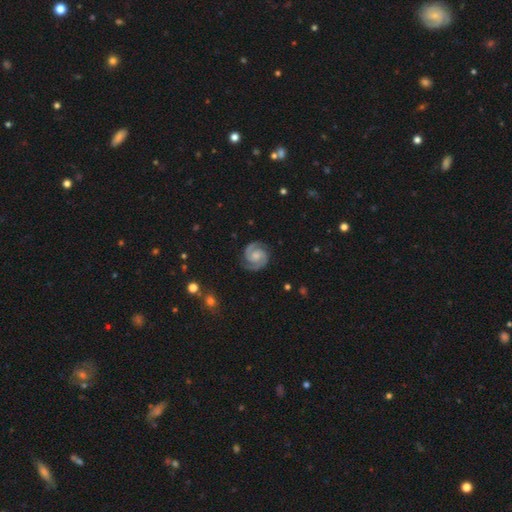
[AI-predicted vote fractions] A featured or disk galaxy (91%) with no bar (57%), 2 (93%) tight (57%) spiral arms (99%) and a moderate central bulge (44%).

Vote fractions:
- Smooth or featured? featured or disk: 91% / smooth: 5% / star or artifact: 4%
- Edge-on disk? no: 98% / yes: 2%
- Bar? no: 57% / weak: 35% / strong: 9%
- Spiral arms? yes: 99% / no: 1%
- Spiral winding? tight: 57% / medium: 38% / loose: 5%
- Spiral arm count? 2: 93% / 3: 2% / can't tell: 2% / 1: 1% / 4: 1% / more than 4: 1%
- Bulge size? moderate: 44% / small: 37% / none: 13% / large: 4% / dominant: 1%
- Merging? none: 85% / minor disturbance: 10% / major disturbance: 3% / merger: 1%